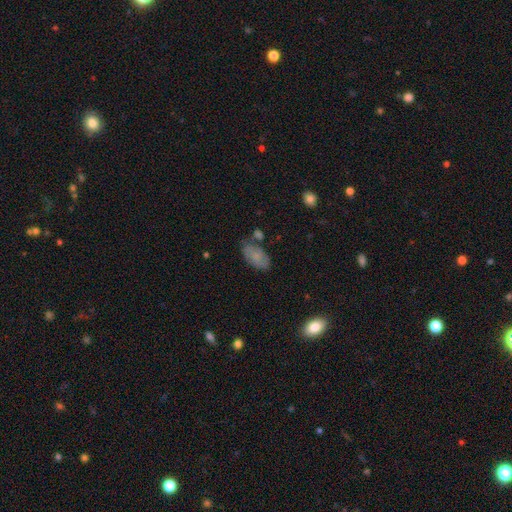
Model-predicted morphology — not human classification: Overall: smooth (71%). How rounded: in between (93%). Merging: none (58%; minor disturbance 24%).